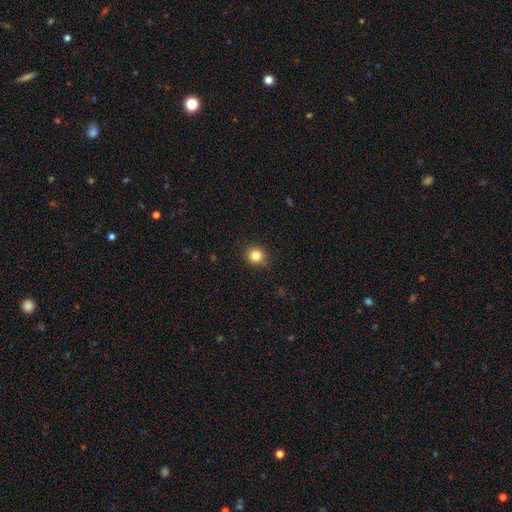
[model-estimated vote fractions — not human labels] smooth-or-featured: smooth: 83% | star or artifact: 11% | featured or disk: 6%
  how-rounded: round: 85% | in between: 14% | cigar-shaped: 1%
  merging: none: 89% | minor disturbance: 8% | major disturbance: 2% | merger: 1%